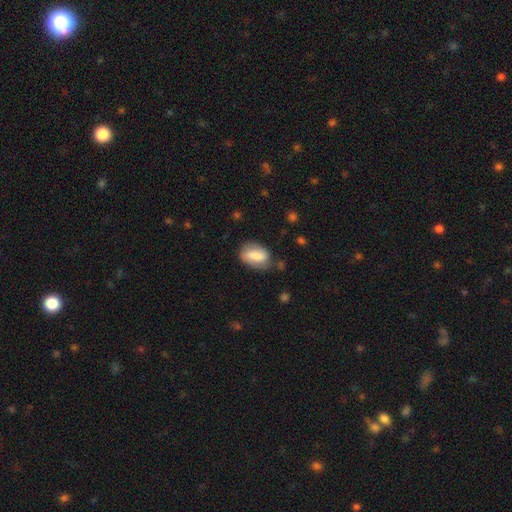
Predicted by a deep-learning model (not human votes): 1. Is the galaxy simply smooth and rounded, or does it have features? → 69% smooth, 24% featured or disk, 7% star or artifact.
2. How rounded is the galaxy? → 86% in between, 10% round, 4% cigar-shaped.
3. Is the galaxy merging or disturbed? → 67% none, 23% minor disturbance, 7% major disturbance, 3% merger.